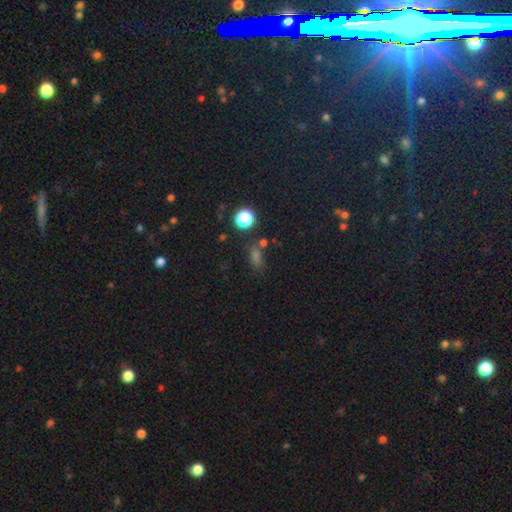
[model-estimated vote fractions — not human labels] Smooth or featured? smooth (57%)
How rounded? in between (65%)
Merging? none (68%)